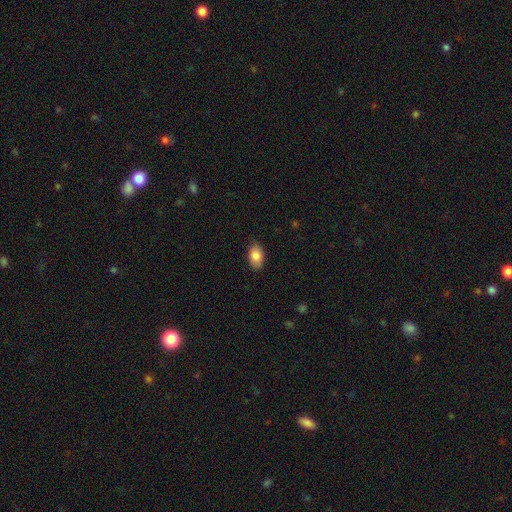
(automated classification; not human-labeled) Morphology: type=smooth (85%); roundness=in between (92%); merging=none (87%).